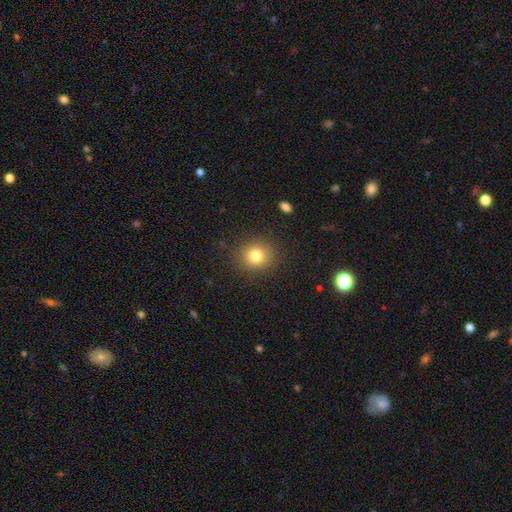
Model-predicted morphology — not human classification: A smooth galaxy with no disk features (80%) that is round (85%). Merging: none (89%).